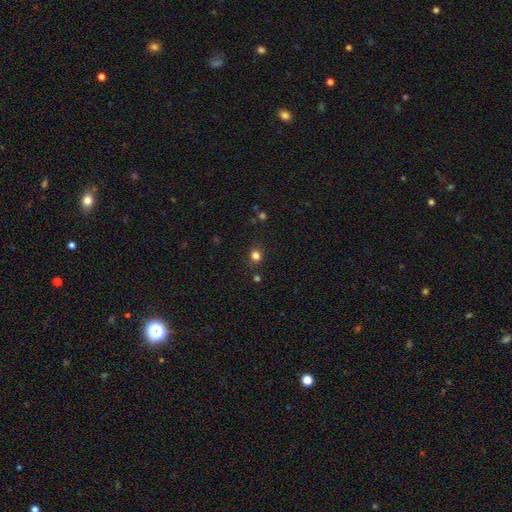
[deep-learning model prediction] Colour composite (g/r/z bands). It shows a smooth galaxy with no disk features (80%) that is round (86%). Merging: none (87%).